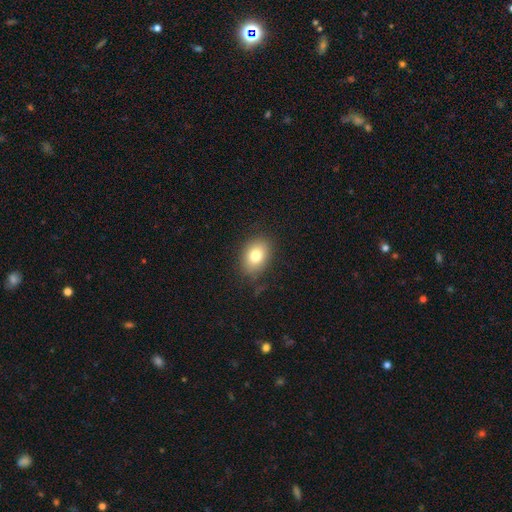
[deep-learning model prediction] smooth 79%, featured or disk 11%, star or artifact 10%. Down the decision tree: how rounded — in between (72%); merging — none (83%).